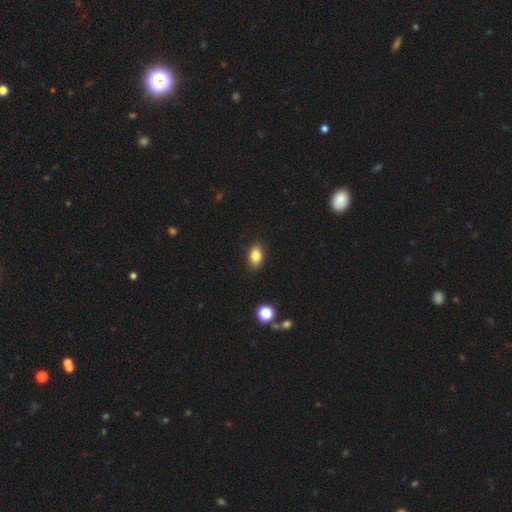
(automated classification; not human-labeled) Q: Smooth or featured?
A: smooth (84%); runner-up: star or artifact (9%)
Q: How rounded?
A: in between (82%); runner-up: round (16%)
Q: Merging?
A: none (87%); runner-up: minor disturbance (9%)